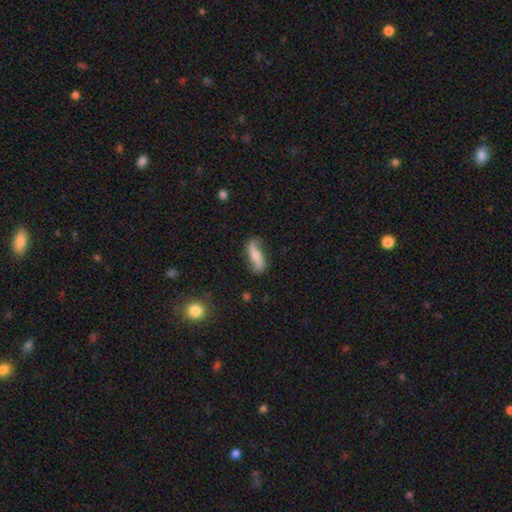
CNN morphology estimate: Smooth or featured?
  - featured or disk: 54% *
  - smooth: 39%
  - star or artifact: 7%
Edge-on disk?
  - no: 72% *
  - yes: 28%
Merging?
  - none: 73% *
  - minor disturbance: 19%
  - major disturbance: 6%
  - merger: 2%